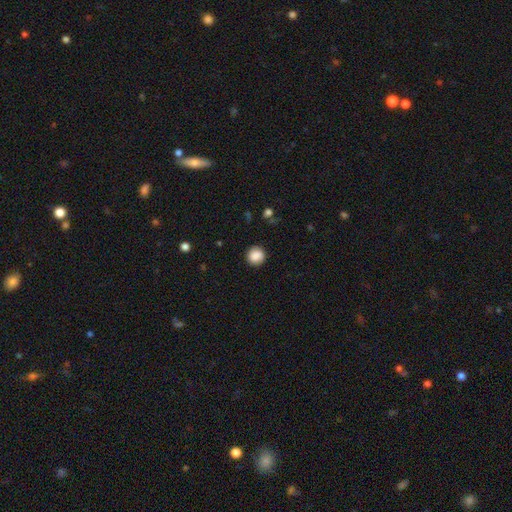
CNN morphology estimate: Smooth or featured? Predicted: smooth (p=0.87). How rounded? Predicted: round (p=0.91). Merging? Predicted: none (p=0.88).